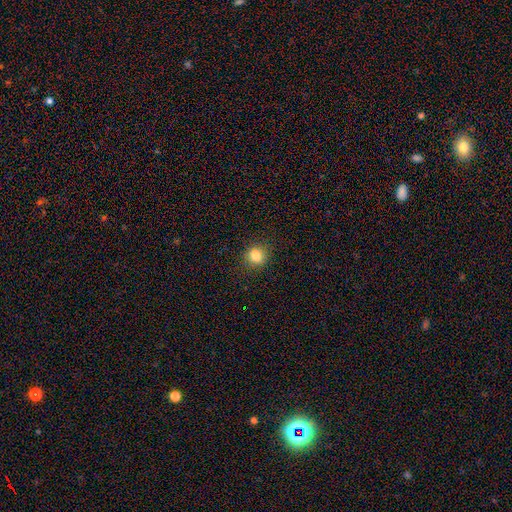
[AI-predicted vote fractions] Smooth or featured: smooth — 83% (star or artifact — 12%)
How rounded: round — 83% (in between — 16%)
Merging: none — 88% (minor disturbance — 8%)